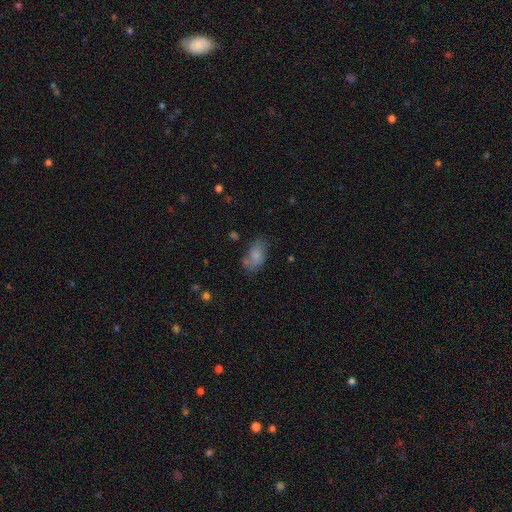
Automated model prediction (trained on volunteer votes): Overall: smooth (78%). How rounded: in between (92%). Merging: none (57%; minor disturbance 24%).